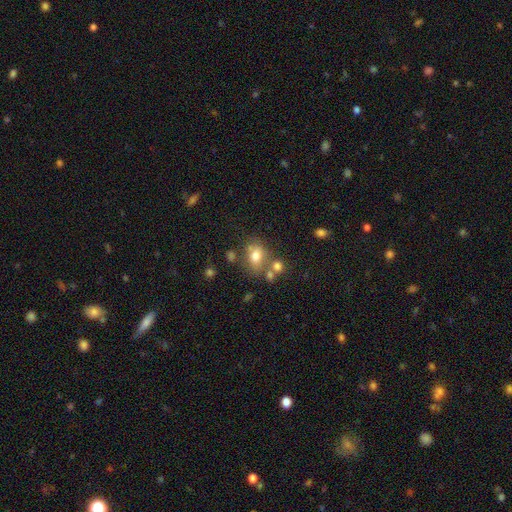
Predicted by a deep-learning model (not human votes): This is likely a smooth galaxy (73%). How rounded: likely in between (63%). Merging: possibly none (56%).